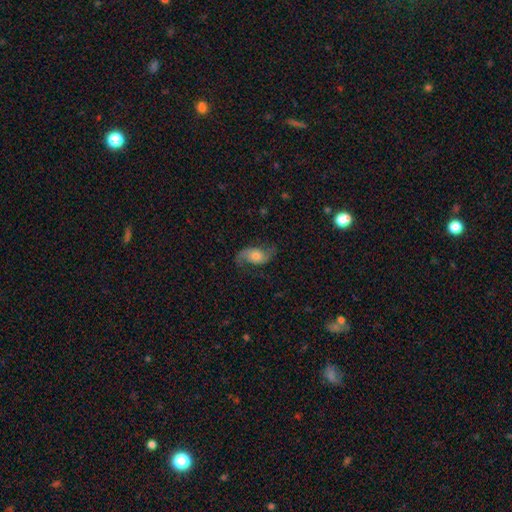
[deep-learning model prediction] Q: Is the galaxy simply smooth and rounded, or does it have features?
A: featured or disk — 76%.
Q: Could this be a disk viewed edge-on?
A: no — 96%.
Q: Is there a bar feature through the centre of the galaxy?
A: no — 66%.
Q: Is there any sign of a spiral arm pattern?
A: yes — 94%.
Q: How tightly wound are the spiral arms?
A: loose — 61%.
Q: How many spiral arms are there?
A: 2 — 91%.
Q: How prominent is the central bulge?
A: moderate — 53%.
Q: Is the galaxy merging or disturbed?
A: none — 73%.